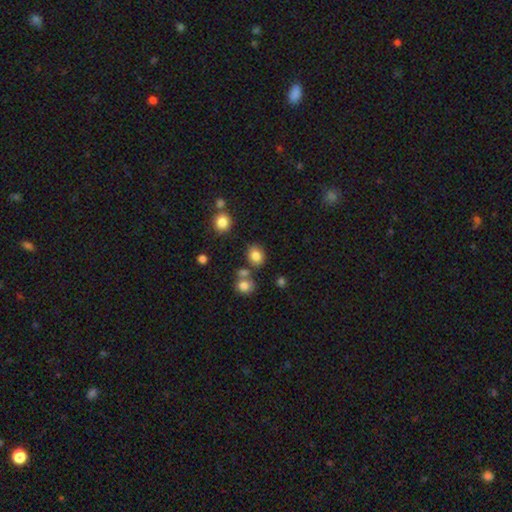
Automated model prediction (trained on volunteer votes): Morphology: type=smooth (81%); roundness=round (54%); merging=none (72%).